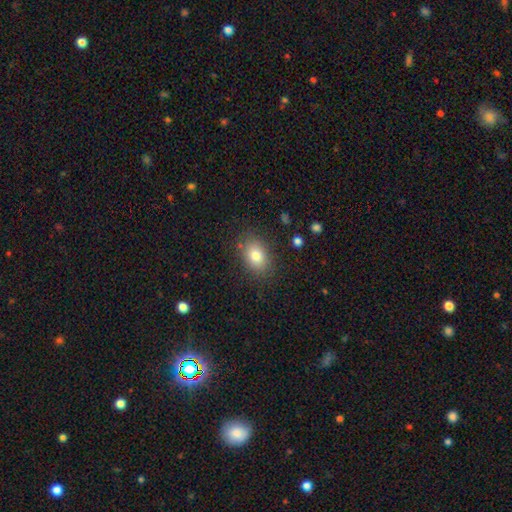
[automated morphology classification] This is clearly a smooth galaxy (80%). How rounded: likely in between (74%). Merging: clearly none (83%).